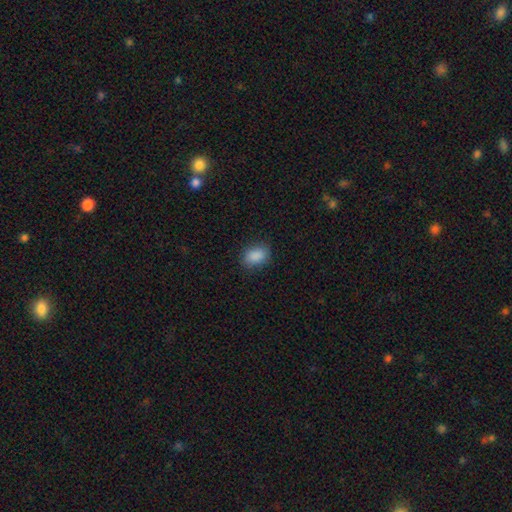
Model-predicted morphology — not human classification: Q: Smooth or featured?
A: smooth (88%); runner-up: star or artifact (8%)
Q: How rounded?
A: in between (77%); runner-up: round (21%)
Q: Merging?
A: none (81%); runner-up: minor disturbance (14%)